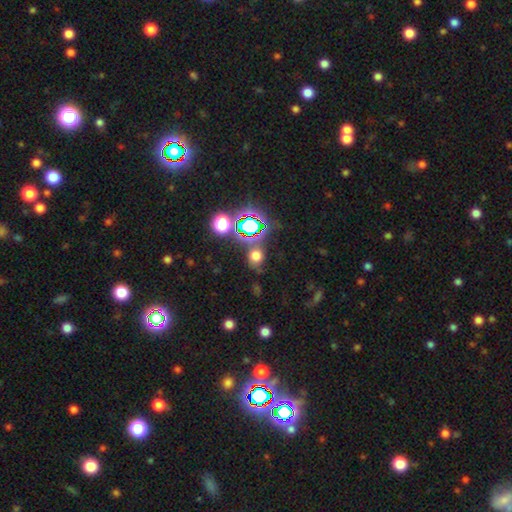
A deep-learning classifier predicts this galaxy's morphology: A smooth galaxy with no disk features (57%) that is round (74%).

Vote fractions:
- Smooth or featured? smooth: 57% / star or artifact: 34% / featured or disk: 8%
- How rounded? round: 74% / in between: 25% / cigar-shaped: 2%
- Merging? none: 71% / minor disturbance: 14% / merger: 9% / major disturbance: 6%